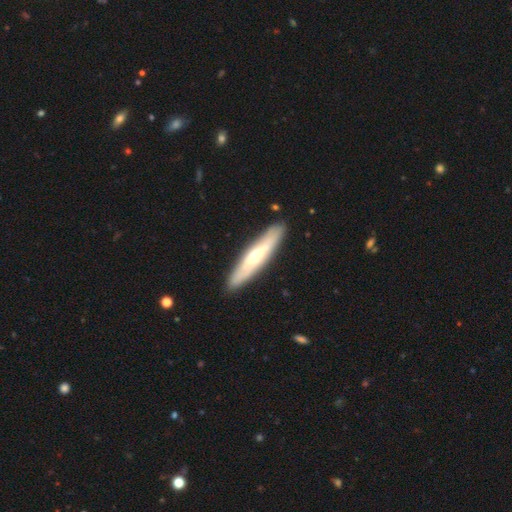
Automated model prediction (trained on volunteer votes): Q: Smooth or featured?
A: featured or disk (51%); runner-up: smooth (44%)
Q: Edge-on disk?
A: yes (71%); runner-up: no (29%)
Q: Merging?
A: none (89%); runner-up: minor disturbance (8%)